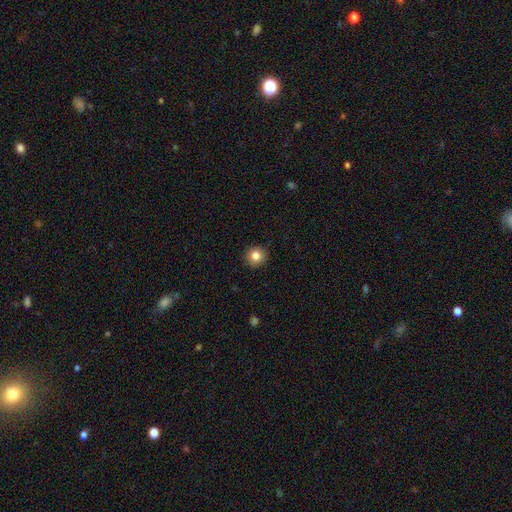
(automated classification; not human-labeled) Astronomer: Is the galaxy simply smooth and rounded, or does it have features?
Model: smooth — 82%.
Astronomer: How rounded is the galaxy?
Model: round — 92%.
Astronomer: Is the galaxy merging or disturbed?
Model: none — 91%.